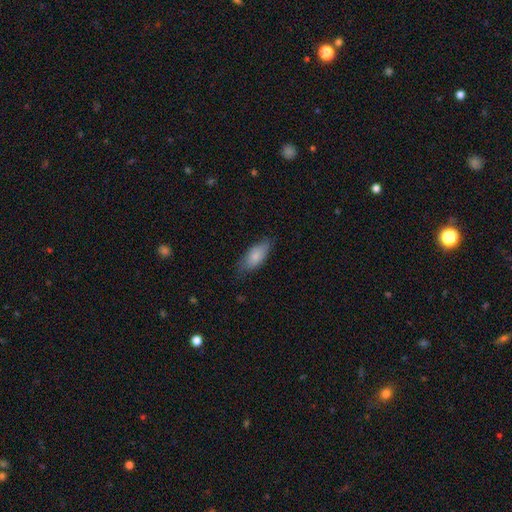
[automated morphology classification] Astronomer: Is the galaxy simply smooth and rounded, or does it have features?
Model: smooth — 79%.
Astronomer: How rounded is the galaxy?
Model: in between — 81%.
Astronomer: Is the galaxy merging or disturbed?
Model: none — 73%.